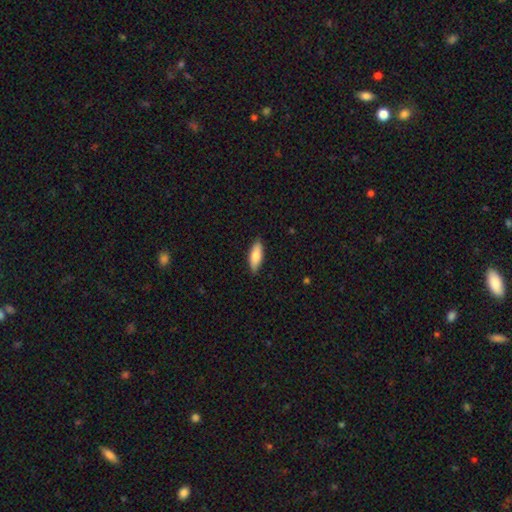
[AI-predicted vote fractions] smooth-or-featured: smooth: 80% | featured or disk: 14% | star or artifact: 6%
  how-rounded: in between: 66% | cigar-shaped: 32% | round: 2%
  merging: none: 88% | minor disturbance: 10% | major disturbance: 2% | merger: 1%